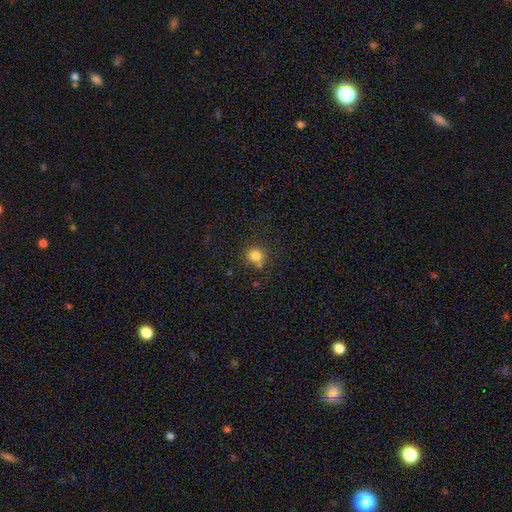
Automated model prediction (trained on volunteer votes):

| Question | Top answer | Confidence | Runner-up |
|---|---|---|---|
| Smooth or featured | smooth | 81% | star or artifact (12%) |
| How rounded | round | 83% | in between (16%) |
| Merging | none | 69% | minor disturbance (14%) |